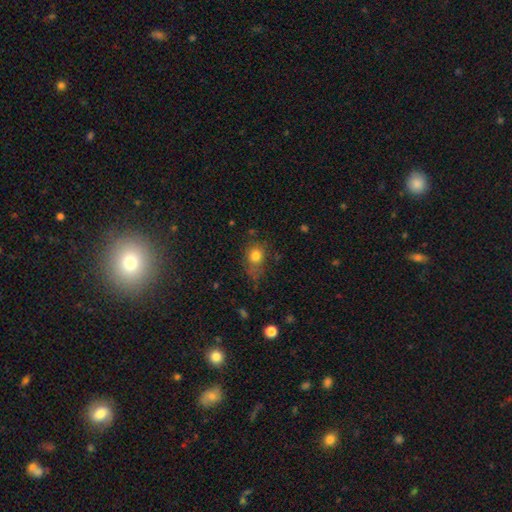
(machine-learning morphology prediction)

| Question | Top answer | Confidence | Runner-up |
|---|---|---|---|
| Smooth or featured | smooth | 79% | star or artifact (12%) |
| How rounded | round | 57% | in between (41%) |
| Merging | none | 55% | minor disturbance (27%) |